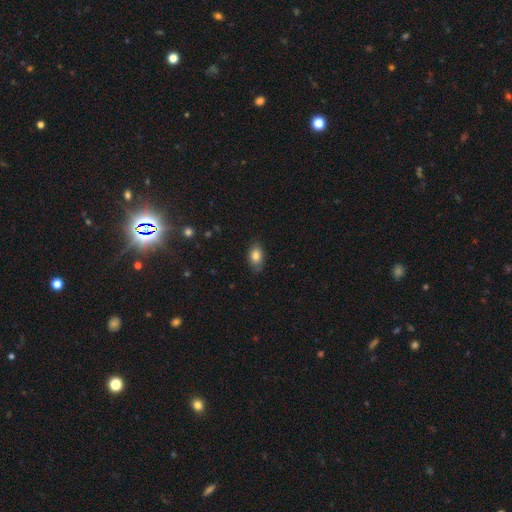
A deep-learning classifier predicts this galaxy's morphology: A smooth galaxy with no disk features (82%) that is in between round and cigar-shaped (89%).

Vote fractions:
- Smooth or featured? smooth: 82% / featured or disk: 10% / star or artifact: 8%
- How rounded? in between: 89% / round: 9% / cigar-shaped: 2%
- Merging? none: 79% / minor disturbance: 17% / major disturbance: 3% / merger: 1%